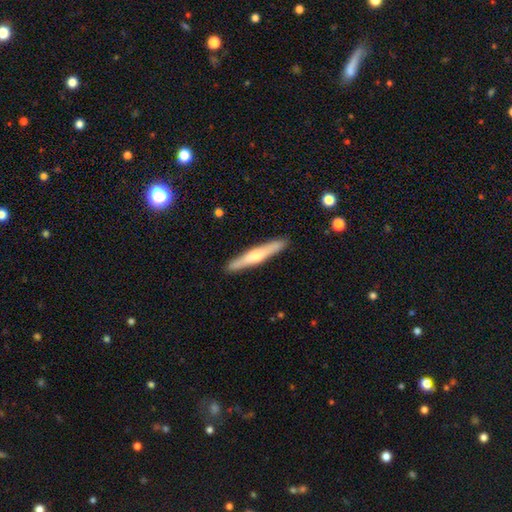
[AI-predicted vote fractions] Smooth or featured? Predicted: featured or disk (p=0.51). Edge-on disk? Predicted: yes (p=0.96). Merging? Predicted: none (p=0.91).